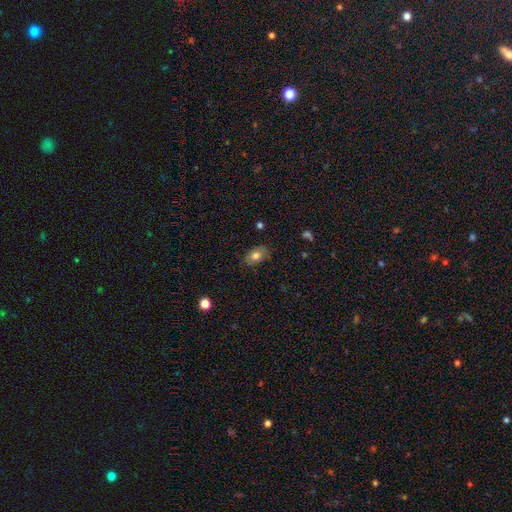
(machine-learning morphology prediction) This is likely a smooth galaxy (78%). How rounded: clearly in between (87%). Merging: clearly none (80%).